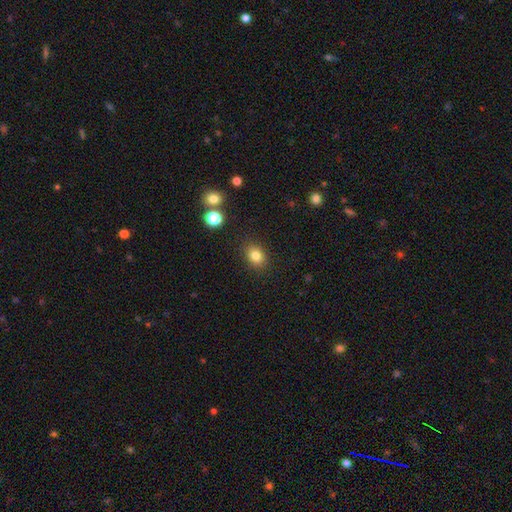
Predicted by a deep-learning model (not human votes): Morphology: type=smooth (82%); roundness=in between (57%); merging=none (87%).